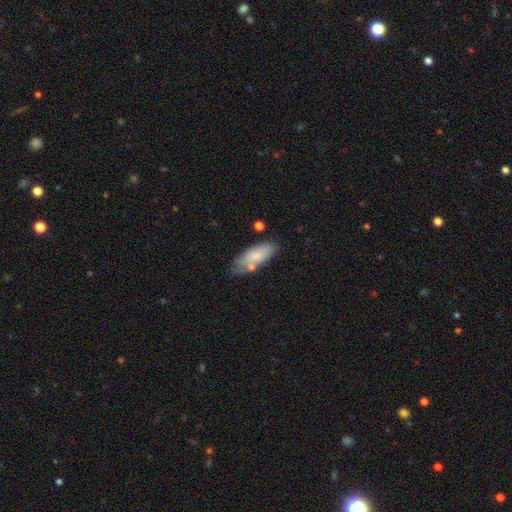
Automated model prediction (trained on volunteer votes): Smooth or featured: smooth — 76% (featured or disk — 18%)
How rounded: in between — 78% (cigar-shaped — 20%)
Merging: none — 62% (minor disturbance — 23%)